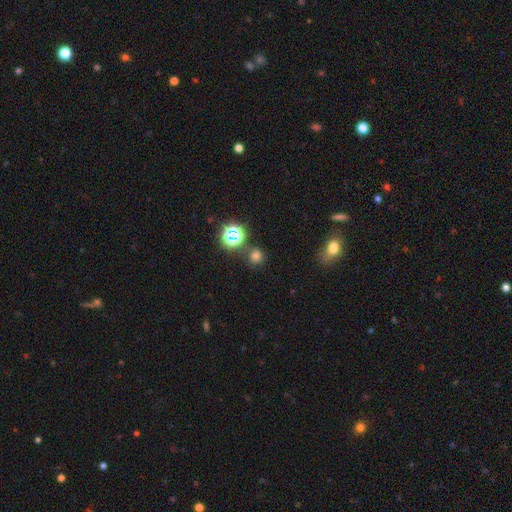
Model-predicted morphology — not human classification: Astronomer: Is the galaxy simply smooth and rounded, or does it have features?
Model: smooth — 65%.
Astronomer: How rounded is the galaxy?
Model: round — 87%.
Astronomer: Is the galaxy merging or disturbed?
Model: none — 78%.